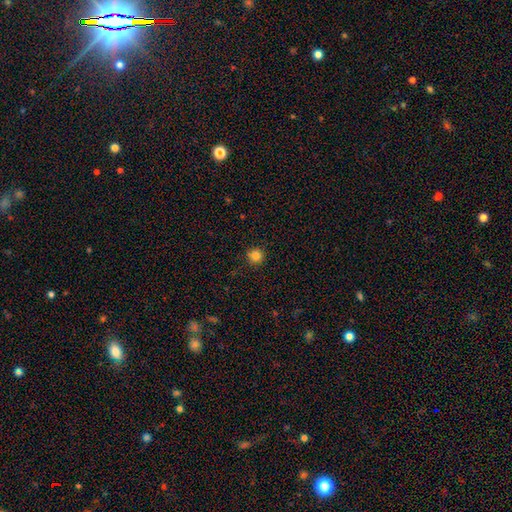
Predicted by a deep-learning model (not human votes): Smooth or featured: smooth — 84% (star or artifact — 12%)
How rounded: round — 94% (in between — 5%)
Merging: none — 90% (minor disturbance — 7%)